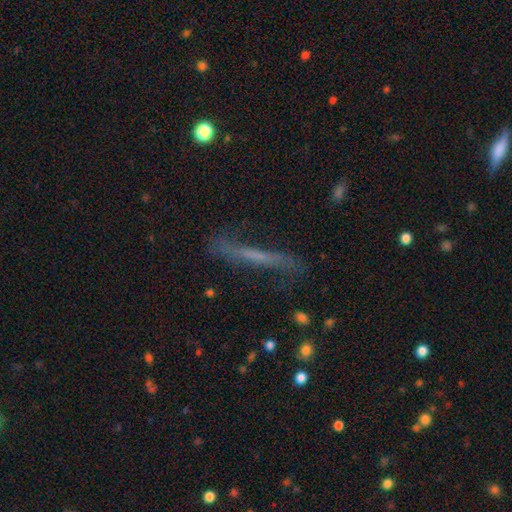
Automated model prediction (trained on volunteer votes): Morphology: type=featured or disk (50%); edge-on=yes (77%); merging=none (66%).